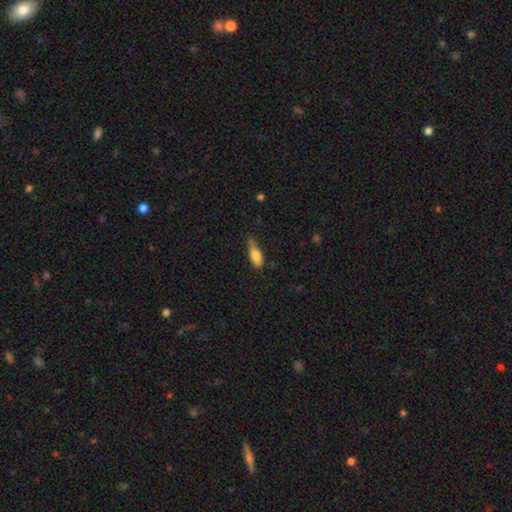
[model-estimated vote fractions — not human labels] This appears to be a smooth galaxy with no disk features (79%) that is in between round and cigar-shaped (63%). Merging: none (43%).